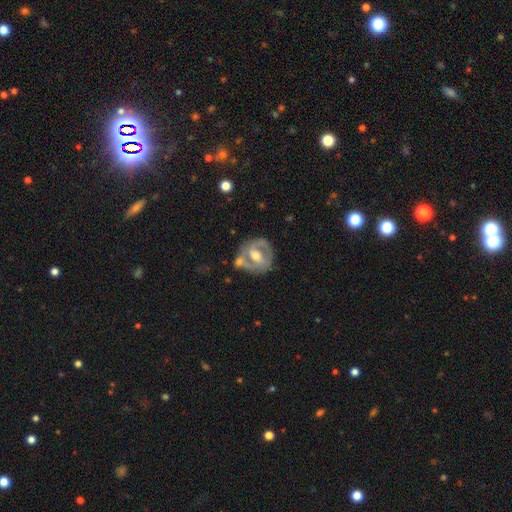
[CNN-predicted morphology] smooth_or_featured: featured or disk (p=0.71) [alt: smooth p=0.24]
disk_edge_on: no (p=0.96) [alt: yes p=0.04]
bar: weak (p=0.43) [alt: strong p=0.30]
has_spiral_arms: yes (p=0.60) [alt: no p=0.40]
bulge_size: moderate (p=0.73) [alt: small p=0.18]
merging: none (p=0.53) [alt: merger p=0.20]